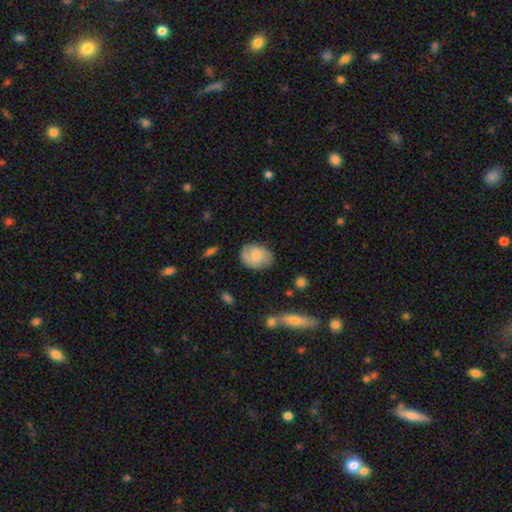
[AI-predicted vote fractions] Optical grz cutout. It shows a smooth galaxy with no disk features (61%) that is in between round and cigar-shaped (66%). Merging: none (73%).